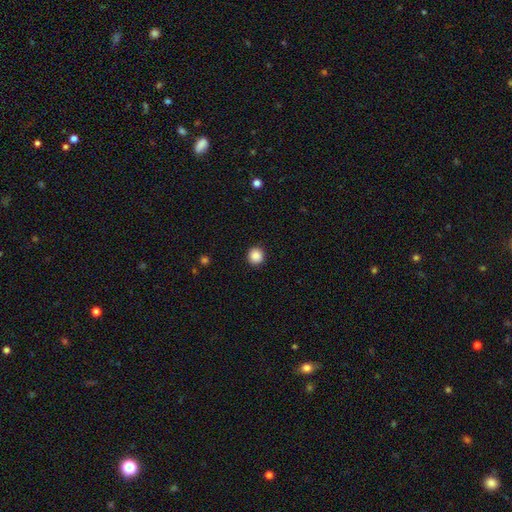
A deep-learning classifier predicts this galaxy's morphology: Overall: smooth (87%). How rounded: round (94%). Merging: none (93%).